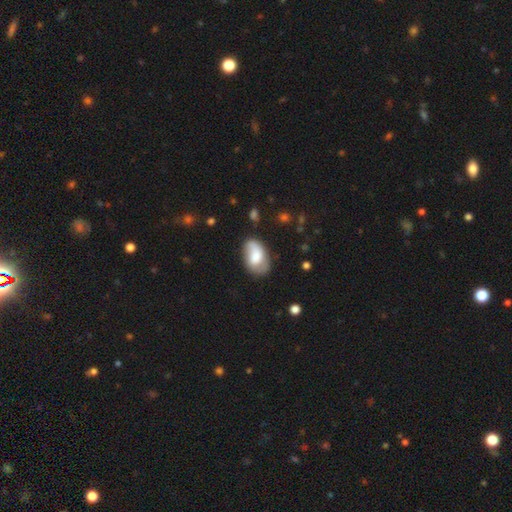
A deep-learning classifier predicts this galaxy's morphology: This is likely a smooth galaxy (63%). How rounded: clearly in between (91%). Merging: likely none (61%).